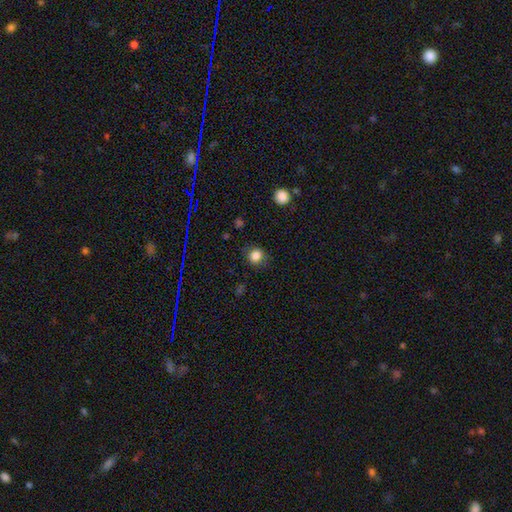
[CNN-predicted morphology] The model was most divided on "how rounded": round: 80%, in between: 19%, cigar-shaped: 1%. More confident: smooth or featured — smooth (82%); merging — none (81%).